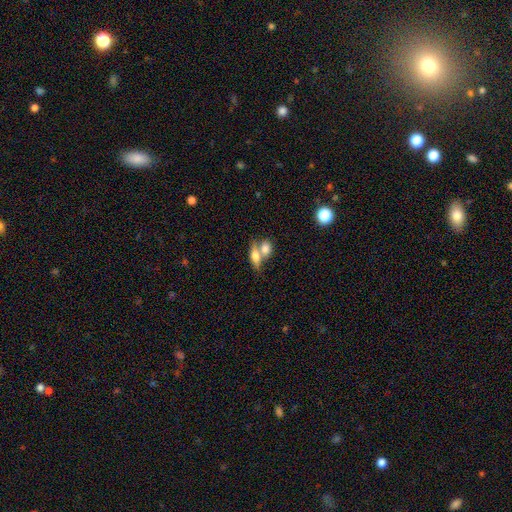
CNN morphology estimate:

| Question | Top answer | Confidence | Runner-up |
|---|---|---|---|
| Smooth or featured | smooth | 66% | featured or disk (26%) |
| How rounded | in between | 66% | cigar-shaped (18%) |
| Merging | merger | 55% | none (33%) |